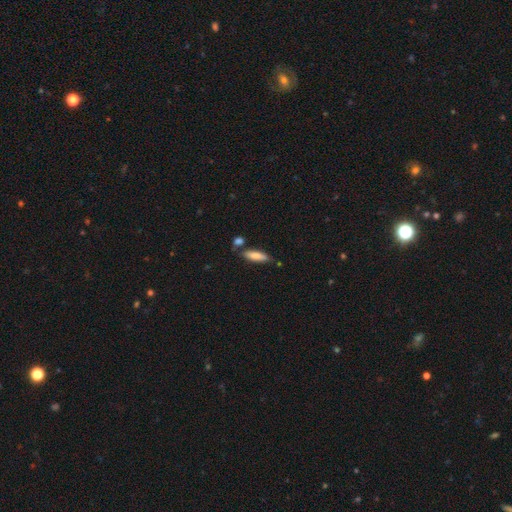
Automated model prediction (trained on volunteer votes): Overall: smooth (80%). How rounded: cigar-shaped (58%; in between 40%). Merging: none (72%).